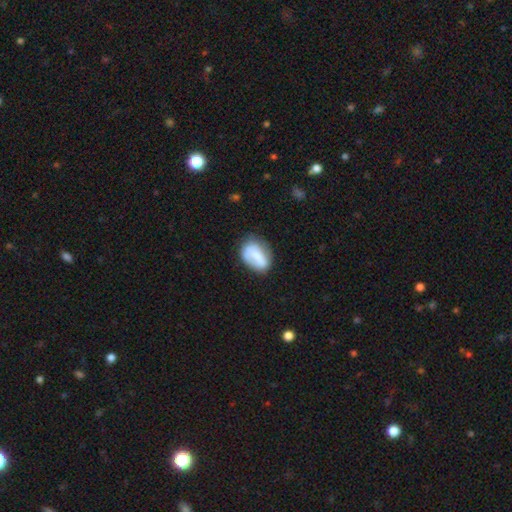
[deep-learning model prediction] A smooth galaxy with no disk features (68%) that is in between round and cigar-shaped (80%).

Vote fractions:
- Smooth or featured? smooth: 68% / featured or disk: 25% / star or artifact: 7%
- How rounded? in between: 80% / round: 18% / cigar-shaped: 2%
- Merging? none: 59% / minor disturbance: 27% / major disturbance: 10% / merger: 4%